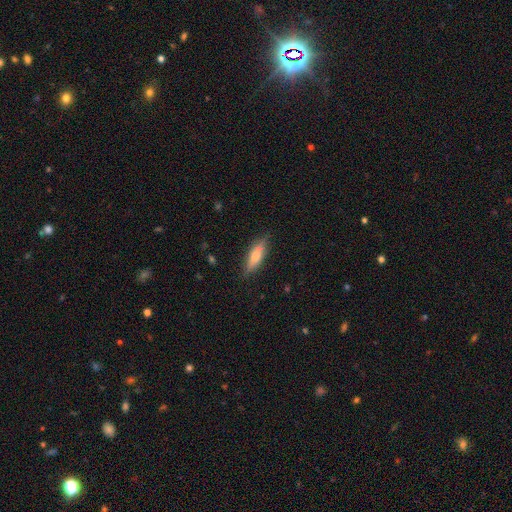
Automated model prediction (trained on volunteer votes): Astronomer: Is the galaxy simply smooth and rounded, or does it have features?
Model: smooth — 70%.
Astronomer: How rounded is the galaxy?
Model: cigar-shaped — 54% (runner-up: in between, 44%).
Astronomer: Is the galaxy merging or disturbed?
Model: none — 82%.